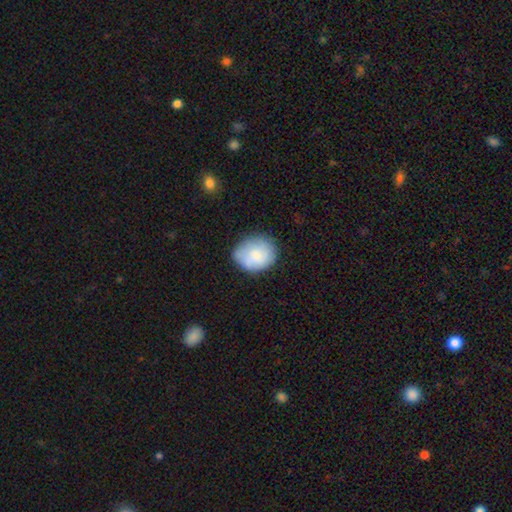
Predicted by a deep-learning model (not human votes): Smooth or featured: smooth — 79% (featured or disk — 15%)
How rounded: round — 63% (in between — 36%)
Merging: none — 64% (minor disturbance — 26%)